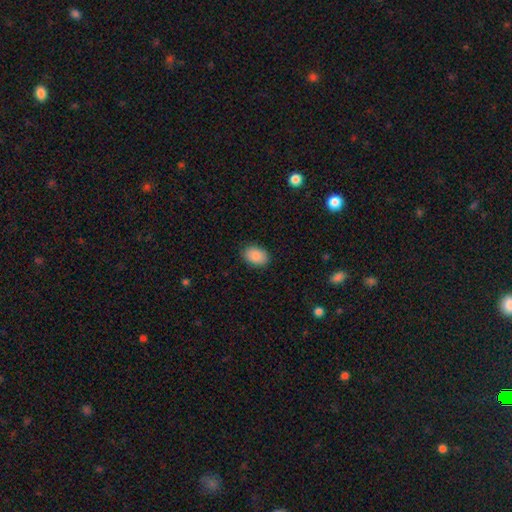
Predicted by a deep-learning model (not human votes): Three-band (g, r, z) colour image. It shows a smooth galaxy with no disk features (90%) that is in between round and cigar-shaped (85%). Merging: none (88%).